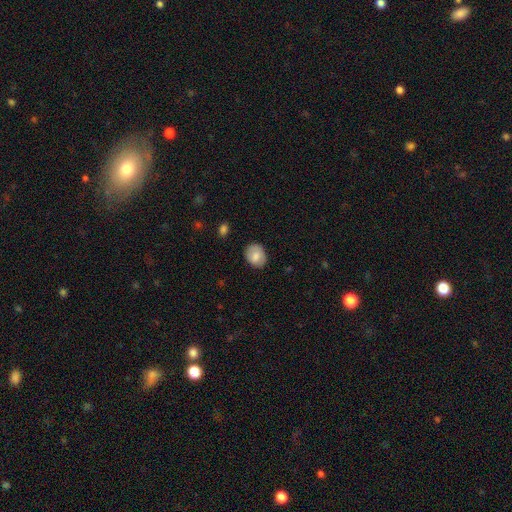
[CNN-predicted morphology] Q: Smooth or featured?
A: smooth (76%); runner-up: featured or disk (17%)
Q: How rounded?
A: in between (52%); runner-up: round (47%)
Q: Merging?
A: none (80%); runner-up: minor disturbance (15%)